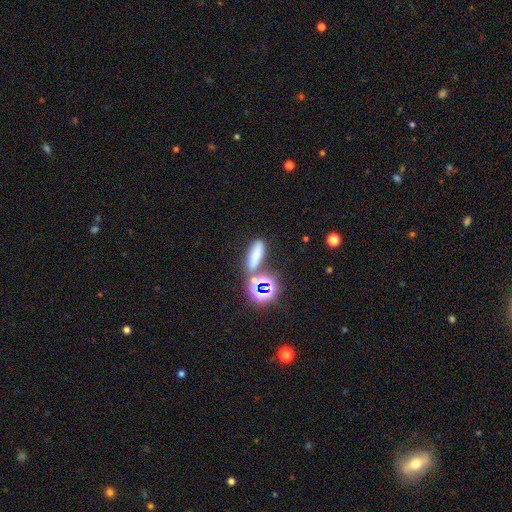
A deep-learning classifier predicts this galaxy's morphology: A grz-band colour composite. It shows a smooth galaxy with no disk features (66%) that is in between round and cigar-shaped (50%). Merging: none (67%).